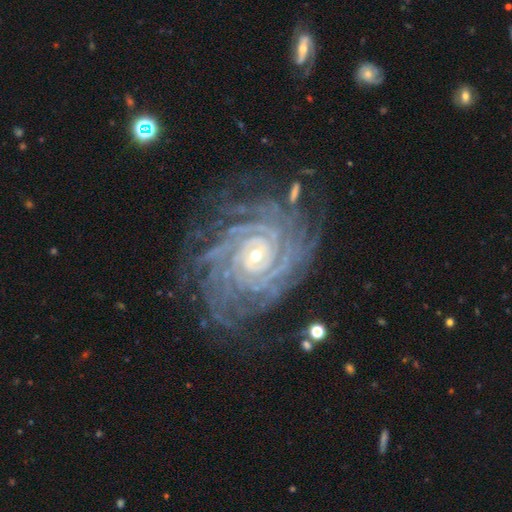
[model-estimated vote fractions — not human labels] Morphology: type=featured or disk (92%); edge-on=no (98%); bar=no (57%); spiral arms=yes (99%); winding=tight (86%); arm count=more than 4 (28%); bulge=small (73%); merging=none (75%).